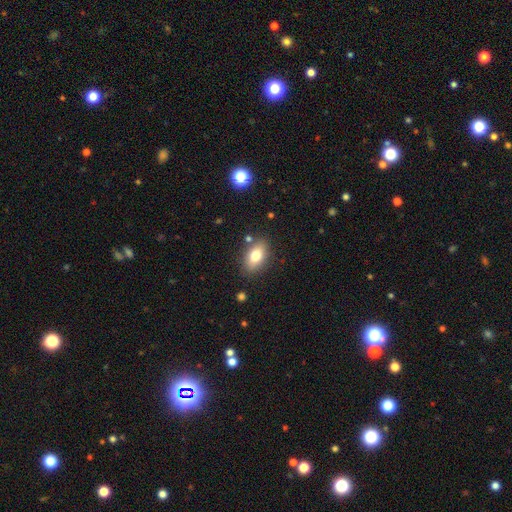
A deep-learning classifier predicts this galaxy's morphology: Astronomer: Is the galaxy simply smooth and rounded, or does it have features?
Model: smooth — 76%.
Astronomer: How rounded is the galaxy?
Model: in between — 88%.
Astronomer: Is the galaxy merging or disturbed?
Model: none — 82%.